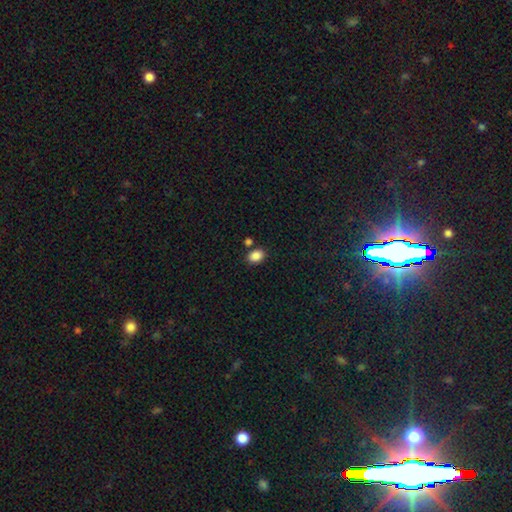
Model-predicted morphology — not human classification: Q: Smooth or featured?
A: smooth (87%); runner-up: star or artifact (9%)
Q: How rounded?
A: in between (70%); runner-up: round (29%)
Q: Merging?
A: none (76%); runner-up: merger (10%)